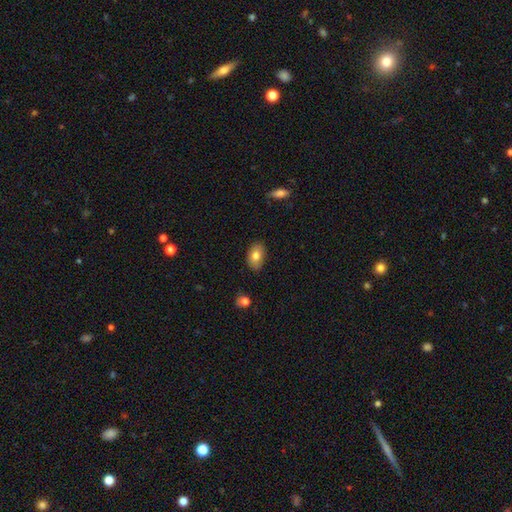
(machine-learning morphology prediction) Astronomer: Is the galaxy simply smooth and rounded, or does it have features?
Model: smooth — 79%.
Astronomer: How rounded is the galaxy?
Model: in between — 90%.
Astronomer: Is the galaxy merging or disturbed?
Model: none — 83%.